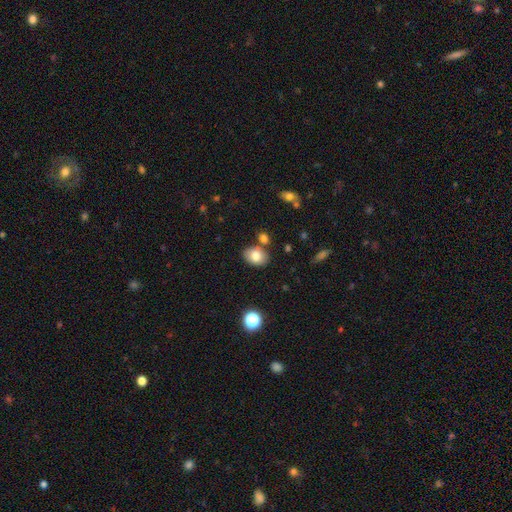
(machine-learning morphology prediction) This is likely a smooth galaxy (79%). How rounded: likely in between (69%). Merging: likely none (75%).